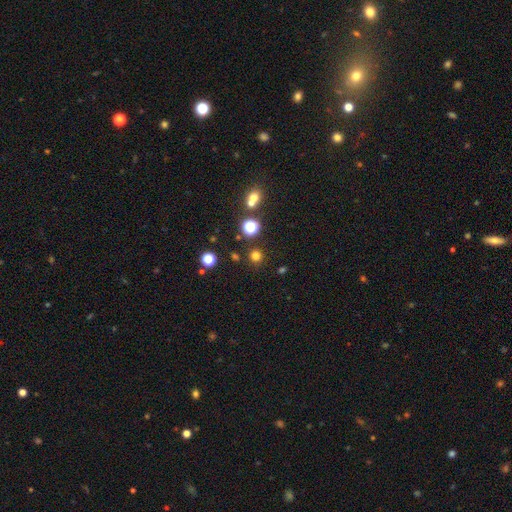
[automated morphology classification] Smooth or featured: smooth — 72% (star or artifact — 23%)
How rounded: round — 93% (in between — 6%)
Merging: none — 87% (minor disturbance — 6%)